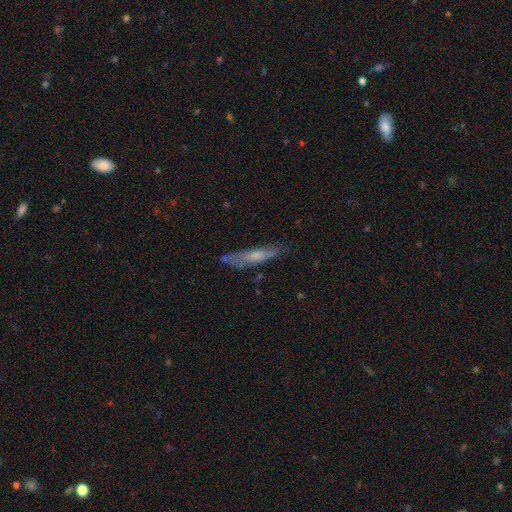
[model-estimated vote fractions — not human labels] Morphology: type=smooth (54%); roundness=cigar-shaped (85%); merging=none (68%).